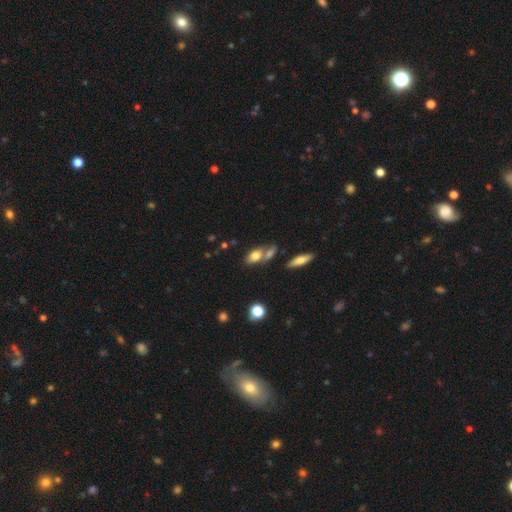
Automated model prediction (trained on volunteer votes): A smooth galaxy with no disk features (73%) that is in between round and cigar-shaped (81%). Merging: none (46%).